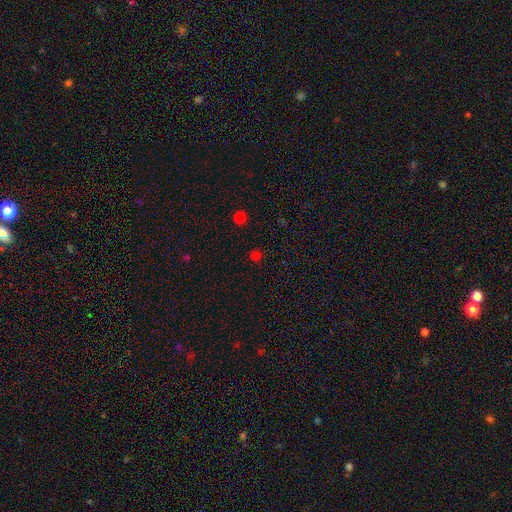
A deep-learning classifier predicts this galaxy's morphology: smooth-or-featured: smooth: 63% | star or artifact: 33% | featured or disk: 4%
  how-rounded: round: 92% | in between: 7% | cigar-shaped: 1%
  merging: none: 88% | minor disturbance: 7% | major disturbance: 3% | merger: 2%